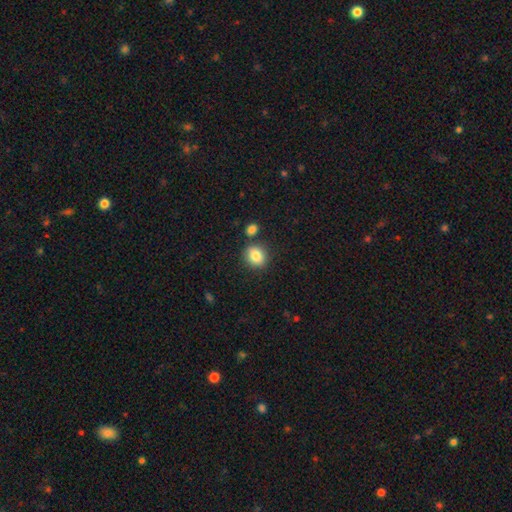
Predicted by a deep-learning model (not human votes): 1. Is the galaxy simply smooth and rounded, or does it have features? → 85% smooth, 9% star or artifact, 6% featured or disk.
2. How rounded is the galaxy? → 63% round, 36% in between, 1% cigar-shaped.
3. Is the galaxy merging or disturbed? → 77% none, 10% minor disturbance, 10% merger, 3% major disturbance.